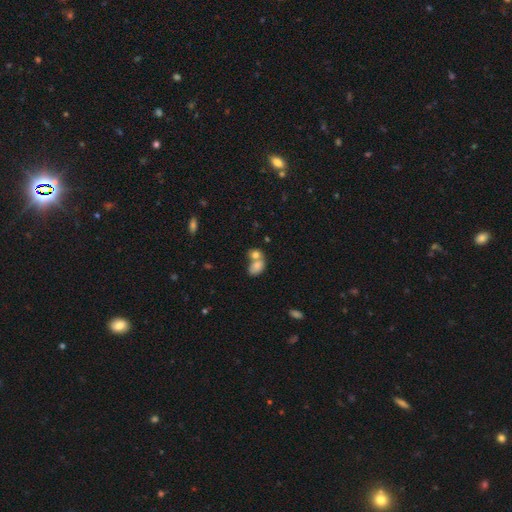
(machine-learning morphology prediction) The model was most divided on "merging": merger: 60%, none: 27%, minor disturbance: 9%, major disturbance: 4%. More confident: smooth or featured — smooth (77%); how rounded — in between (67%).